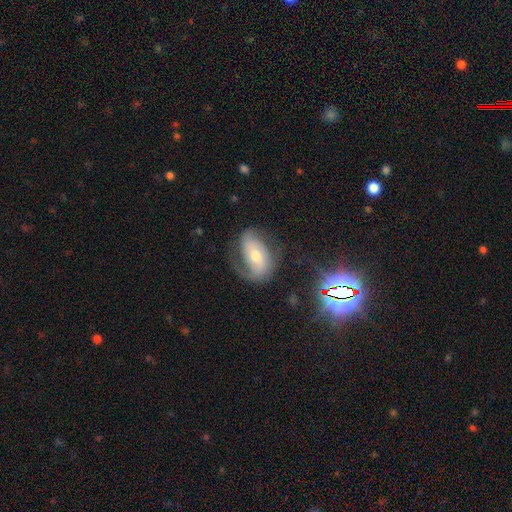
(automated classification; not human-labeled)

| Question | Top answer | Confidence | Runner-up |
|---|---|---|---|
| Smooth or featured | featured or disk | 69% | smooth (19%) |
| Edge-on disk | no | 95% | yes (5%) |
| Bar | no | 38% | weak (34%) |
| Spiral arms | yes | 89% | no (11%) |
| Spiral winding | medium | 42% | loose (31%) |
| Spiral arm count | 2 | 66% | 1 (20%) |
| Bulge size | moderate | 56% | small (38%) |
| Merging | none | 58% | minor disturbance (22%) |